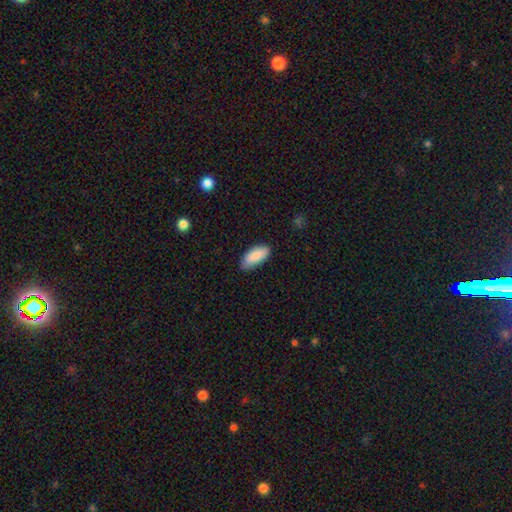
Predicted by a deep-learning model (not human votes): The model was most divided on "merging": none: 76%, minor disturbance: 20%, major disturbance: 3%, merger: 1%. More confident: smooth or featured — smooth (88%); how rounded — in between (87%).